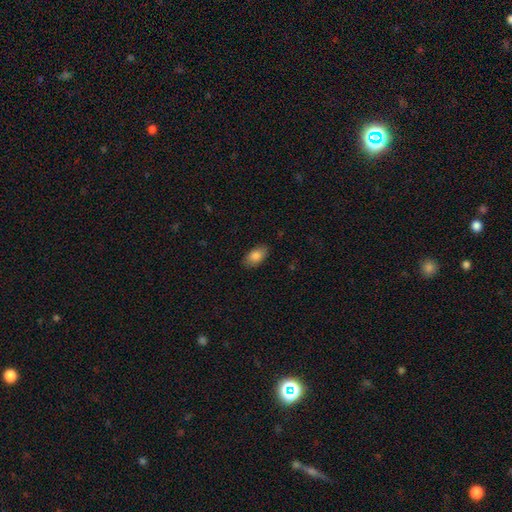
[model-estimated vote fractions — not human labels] A smooth galaxy with no disk features (85%) that is in between round and cigar-shaped (93%). Merging: none (85%).